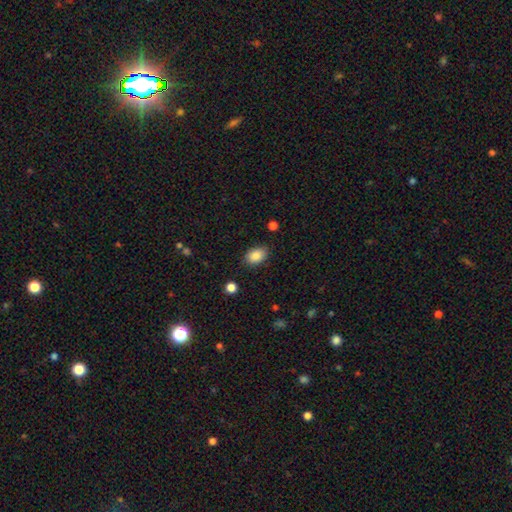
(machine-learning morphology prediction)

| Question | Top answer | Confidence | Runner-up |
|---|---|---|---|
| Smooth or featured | smooth | 87% | star or artifact (8%) |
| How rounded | in between | 86% | round (13%) |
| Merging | none | 83% | minor disturbance (13%) |